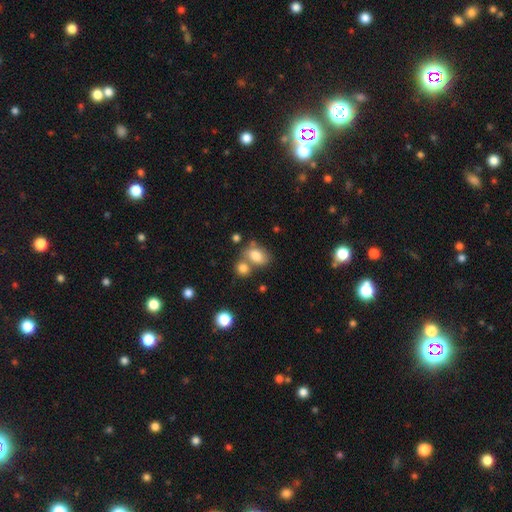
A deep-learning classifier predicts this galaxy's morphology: This appears to be a smooth galaxy with no disk features (79%) that is in between round and cigar-shaped (78%). Merging: none (43%).